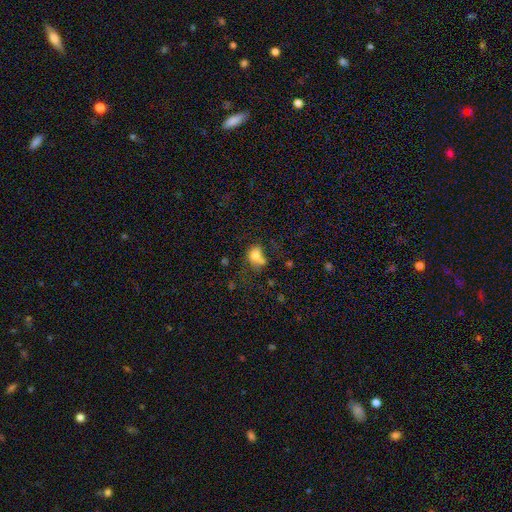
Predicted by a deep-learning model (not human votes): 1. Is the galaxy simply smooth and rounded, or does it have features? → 73% smooth, 14% featured or disk, 12% star or artifact.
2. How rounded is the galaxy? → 56% in between, 42% round, 2% cigar-shaped.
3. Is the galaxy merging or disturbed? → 32% none, 30% merger, 20% minor disturbance, 18% major disturbance.